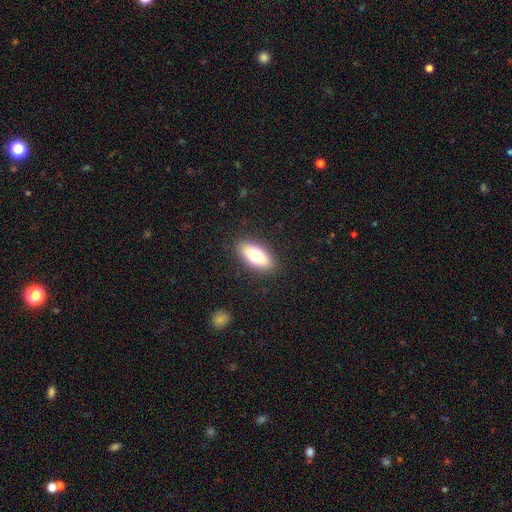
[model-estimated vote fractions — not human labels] smooth-or-featured: smooth: 74% | featured or disk: 19% | star or artifact: 7%
  how-rounded: in between: 81% | cigar-shaped: 16% | round: 3%
  merging: none: 88% | minor disturbance: 9% | major disturbance: 2% | merger: 1%